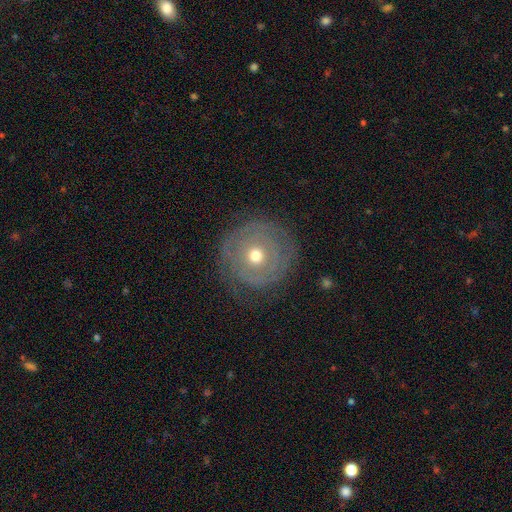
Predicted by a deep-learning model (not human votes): This is possibly a featured or disk galaxy (57%). It is clearly not viewed edge-on (96%). Bar: clearly no (87%). Spiral arm pattern: possibly no (51%). Central bulge: likely moderate (62%). Merging: likely none (74%).